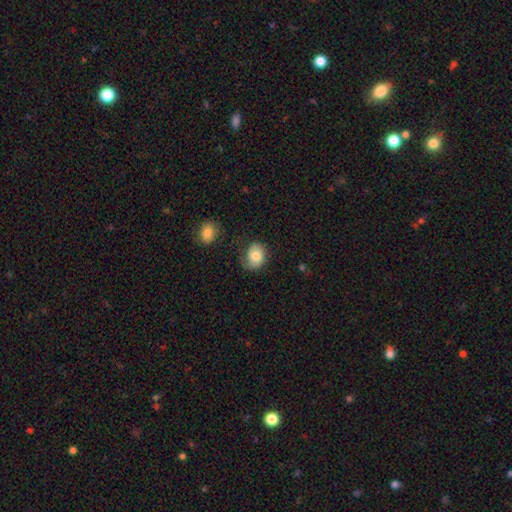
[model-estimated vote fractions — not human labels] Smooth or featured? smooth (75%)
How rounded? in between (57%)
Merging? none (55%)